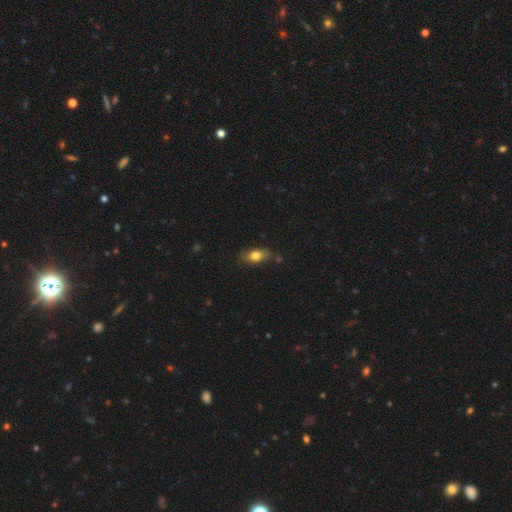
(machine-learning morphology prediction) The model was most divided on "merging": none: 69%, minor disturbance: 21%, merger: 5%, major disturbance: 5%. More confident: how rounded — in between (79%); smooth or featured — smooth (78%).